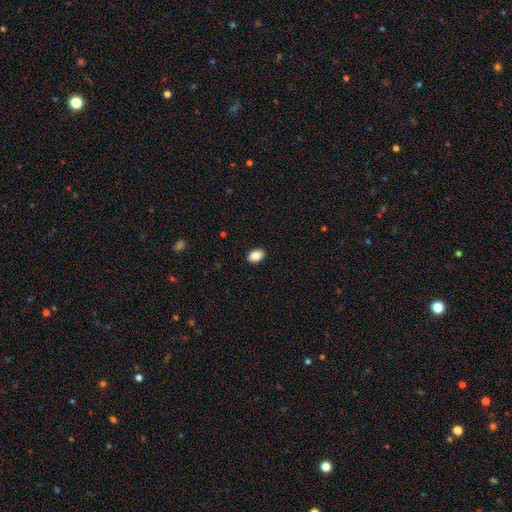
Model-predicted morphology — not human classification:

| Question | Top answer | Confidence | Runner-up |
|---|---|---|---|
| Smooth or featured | smooth | 88% | star or artifact (8%) |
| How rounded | in between | 87% | round (12%) |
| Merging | none | 90% | minor disturbance (7%) |